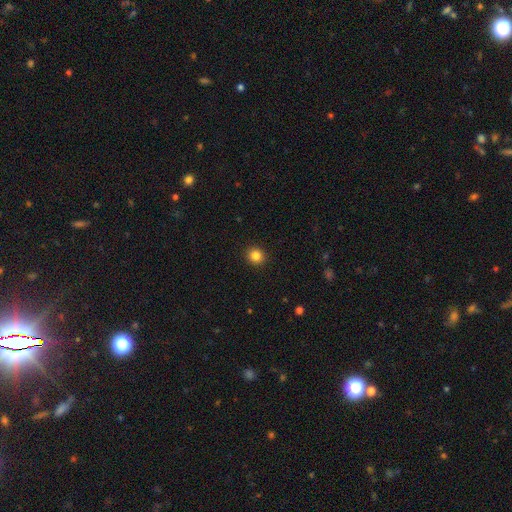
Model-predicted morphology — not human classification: smooth_or_featured: smooth (p=0.84) [alt: star or artifact p=0.12]
how_rounded: round (p=0.89) [alt: in between p=0.10]
merging: none (p=0.92) [alt: minor disturbance p=0.05]